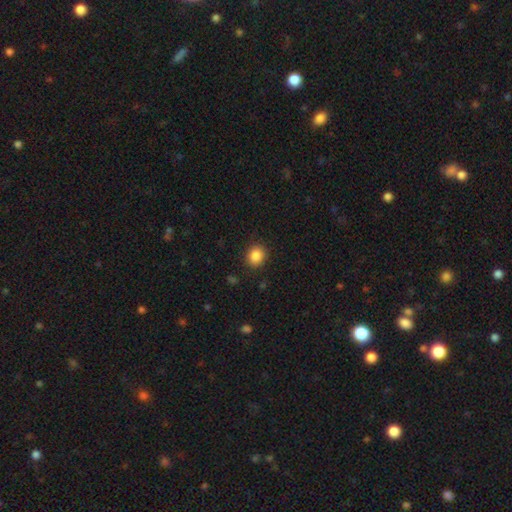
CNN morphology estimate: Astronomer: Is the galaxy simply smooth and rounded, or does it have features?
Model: smooth — 86%.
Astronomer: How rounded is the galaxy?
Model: round — 78%.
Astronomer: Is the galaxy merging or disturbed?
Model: none — 89%.